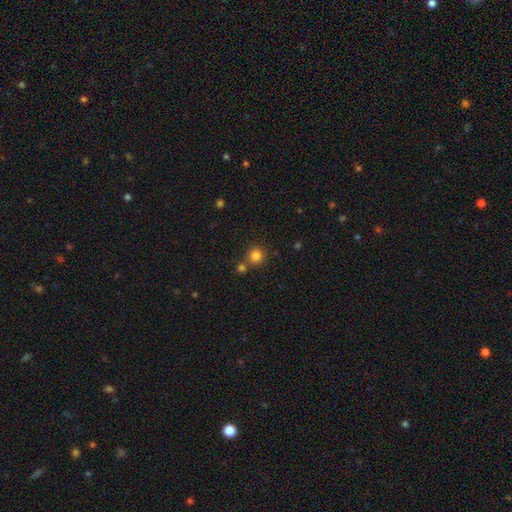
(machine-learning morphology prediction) smooth-or-featured: smooth: 82% | star or artifact: 13% | featured or disk: 5%
  how-rounded: round: 90% | in between: 9% | cigar-shaped: 1%
  merging: none: 73% | merger: 17% | minor disturbance: 8% | major disturbance: 3%